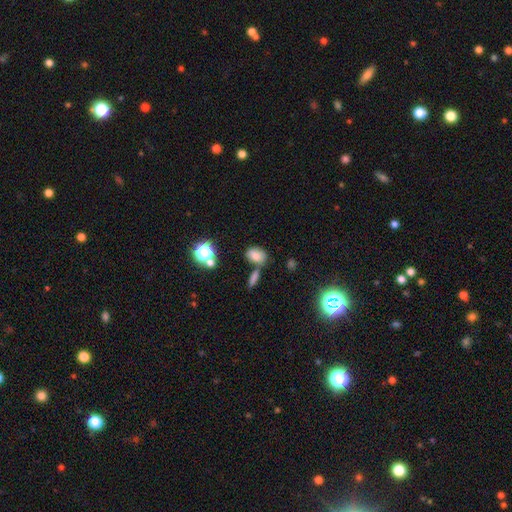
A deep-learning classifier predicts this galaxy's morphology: A smooth galaxy with no disk features (78%) that is in between round and cigar-shaped (77%).

Vote fractions:
- Smooth or featured? smooth: 78% / star or artifact: 14% / featured or disk: 8%
- How rounded? in between: 77% / round: 21% / cigar-shaped: 2%
- Merging? none: 57% / merger: 24% / minor disturbance: 14% / major disturbance: 5%